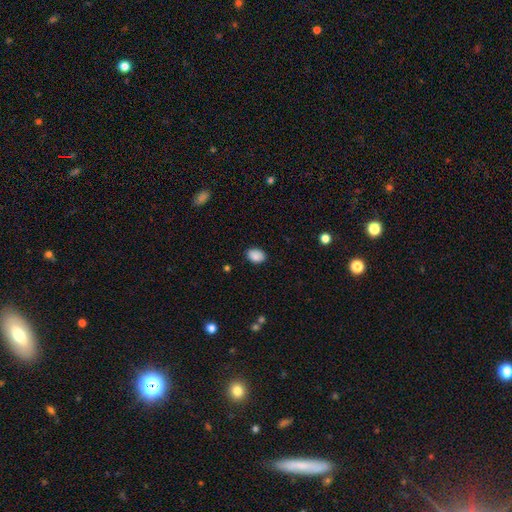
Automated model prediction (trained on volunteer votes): smooth-or-featured: smooth: 88% | star or artifact: 8% | featured or disk: 4%
  how-rounded: in between: 74% | round: 25% | cigar-shaped: 1%
  merging: none: 86% | minor disturbance: 10% | major disturbance: 2% | merger: 1%